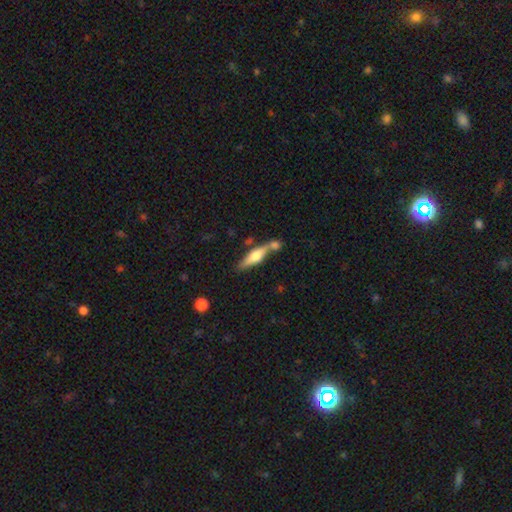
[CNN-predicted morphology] smooth-or-featured: featured or disk: 52% | smooth: 41% | star or artifact: 6%
  disk-edge-on: yes: 90% | no: 10%
  merging: none: 54% | merger: 28% | minor disturbance: 13% | major disturbance: 5%